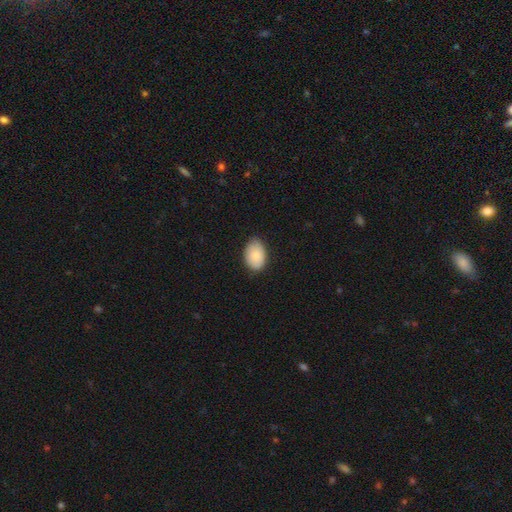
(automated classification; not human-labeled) smooth-or-featured: smooth: 86% | featured or disk: 8% | star or artifact: 6%
  how-rounded: in between: 88% | round: 10% | cigar-shaped: 1%
  merging: none: 79% | minor disturbance: 18% | major disturbance: 3% | merger: 1%